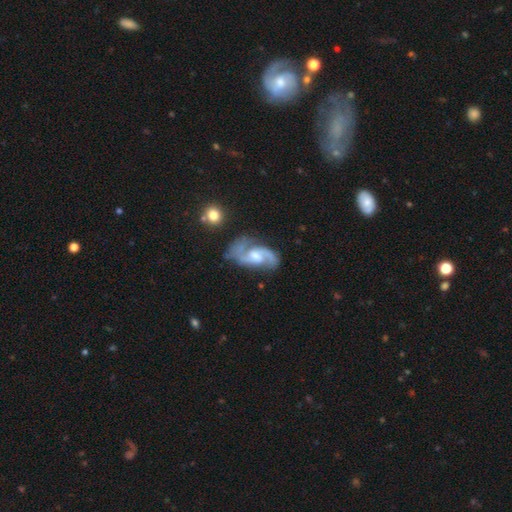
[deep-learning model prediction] This is clearly a featured or disk galaxy (89%). It is clearly not viewed edge-on (97%). Bar: possibly weak (50%). Spiral arm pattern: clearly yes (97%). Spiral arm count: clearly 2 (90%). Spiral winding: possibly medium (53%). Central bulge: possibly moderate (47%). Merging: likely none (63%).